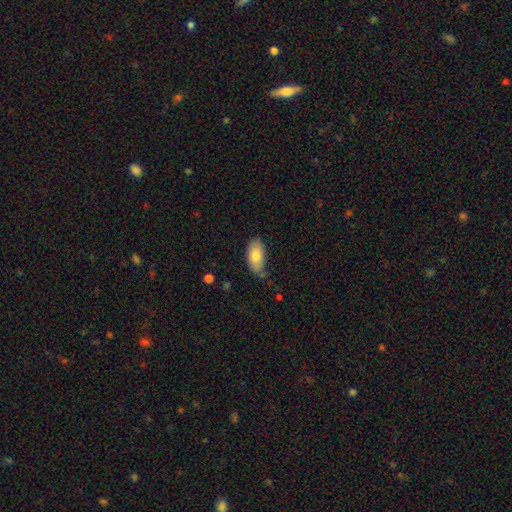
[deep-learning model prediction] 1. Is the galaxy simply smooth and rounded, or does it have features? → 81% smooth, 13% featured or disk, 7% star or artifact.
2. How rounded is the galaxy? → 93% in between, 4% cigar-shaped, 3% round.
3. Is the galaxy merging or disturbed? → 68% none, 25% minor disturbance, 4% major disturbance, 3% merger.